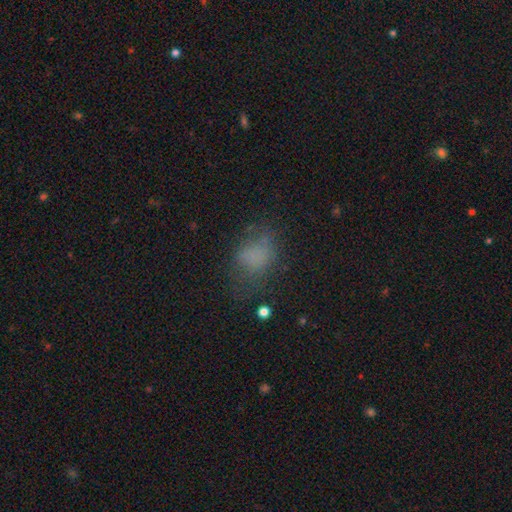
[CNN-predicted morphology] This appears to be a smooth galaxy with no disk features (68%) that is in between round and cigar-shaped (67%). Merging: none (49%).